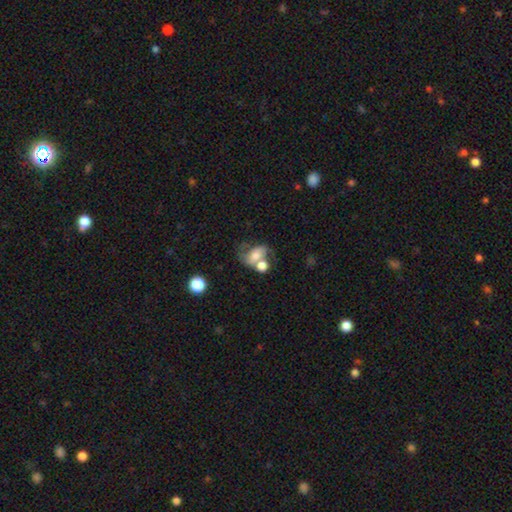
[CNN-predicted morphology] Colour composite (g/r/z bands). It shows a smooth galaxy with no disk features (49%). Merging: merger (46%).